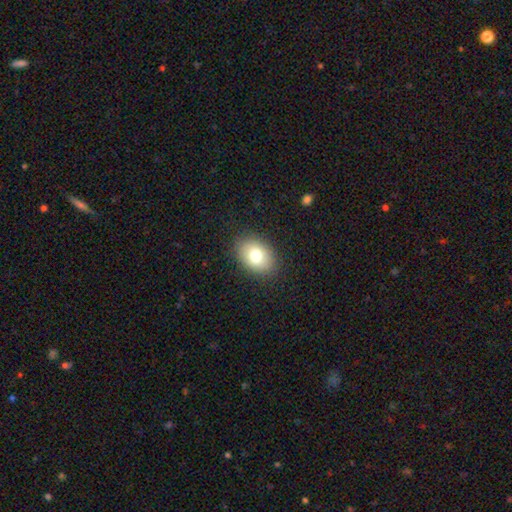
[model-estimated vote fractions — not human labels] Morphology: type=smooth (78%); roundness=in between (76%); merging=none (87%).